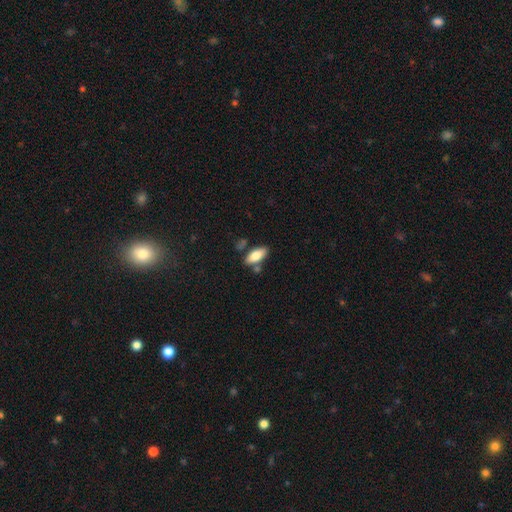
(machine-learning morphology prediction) A smooth galaxy with no disk features (78%) that is in between round and cigar-shaped (83%). Merging: none (75%).